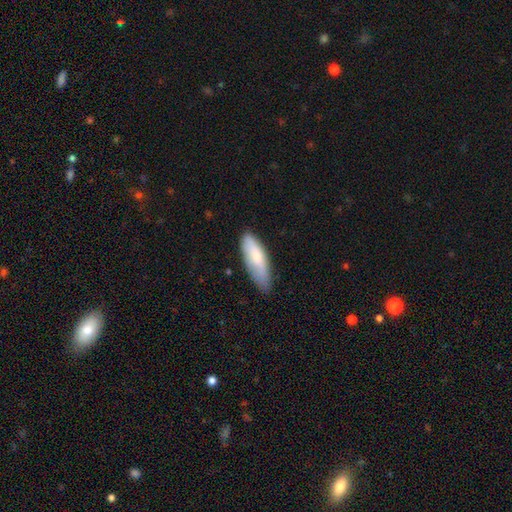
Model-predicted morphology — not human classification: Overall: smooth (79%). How rounded: in between (56%; cigar-shaped 43%). Merging: none (62%; minor disturbance 31%).